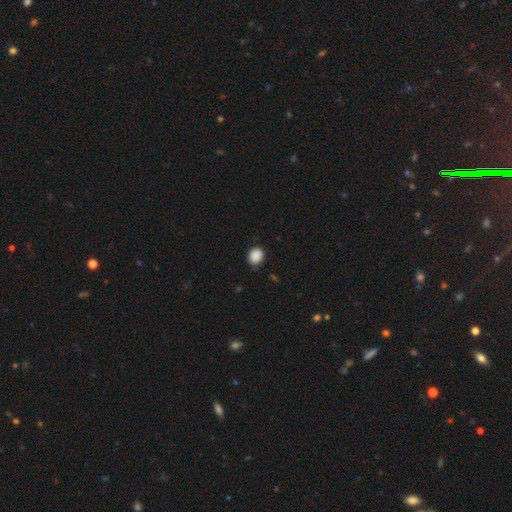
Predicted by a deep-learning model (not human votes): Q: Smooth or featured?
A: smooth (89%); runner-up: star or artifact (8%)
Q: How rounded?
A: round (64%); runner-up: in between (35%)
Q: Merging?
A: none (84%); runner-up: minor disturbance (12%)